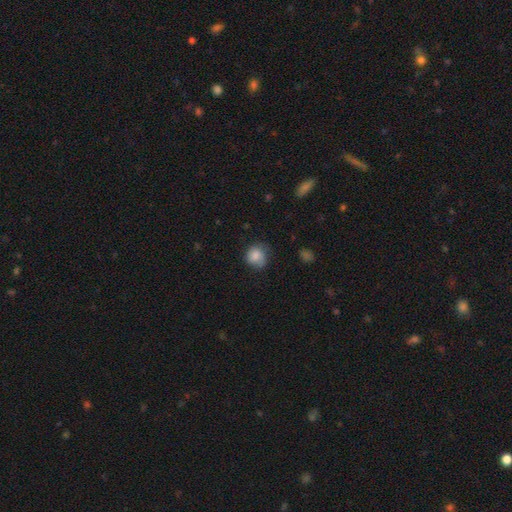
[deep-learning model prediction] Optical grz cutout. It shows a smooth galaxy with no disk features (81%) that is round (78%). Merging: none (60%).